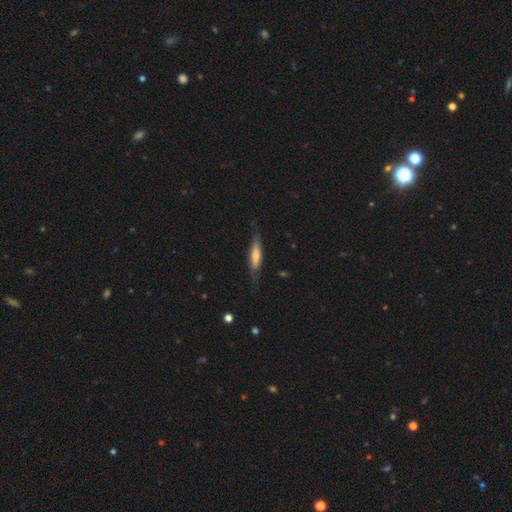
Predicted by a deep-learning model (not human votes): Smooth or featured? smooth (59%)
How rounded? cigar-shaped (76%)
Merging? none (72%)